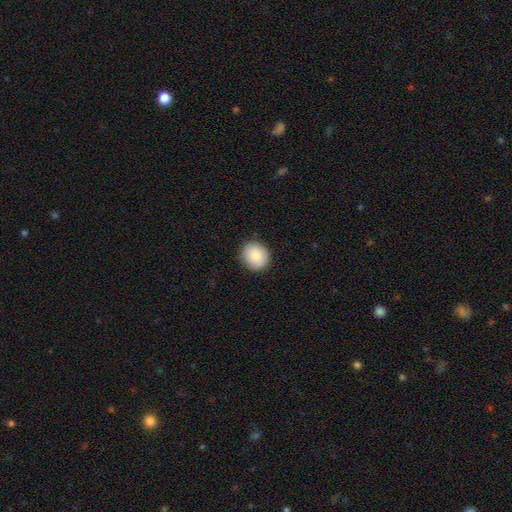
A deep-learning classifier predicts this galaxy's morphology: smooth_or_featured: smooth (p=0.86) [alt: featured or disk p=0.07]
how_rounded: round (p=0.78) [alt: in between p=0.22]
merging: none (p=0.89) [alt: minor disturbance p=0.08]